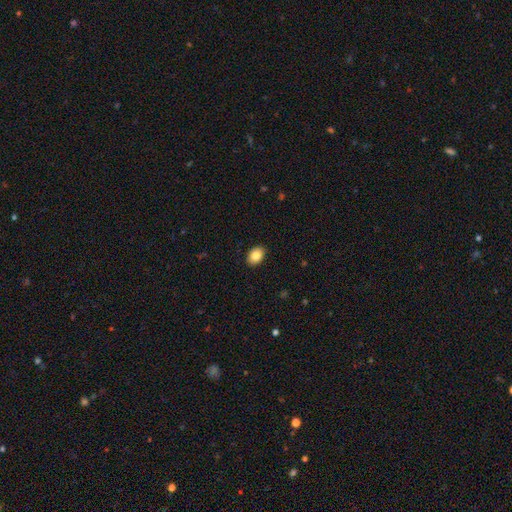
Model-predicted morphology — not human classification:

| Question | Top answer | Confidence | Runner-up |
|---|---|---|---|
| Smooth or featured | smooth | 85% | star or artifact (8%) |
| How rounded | in between | 81% | round (18%) |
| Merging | none | 90% | minor disturbance (7%) |